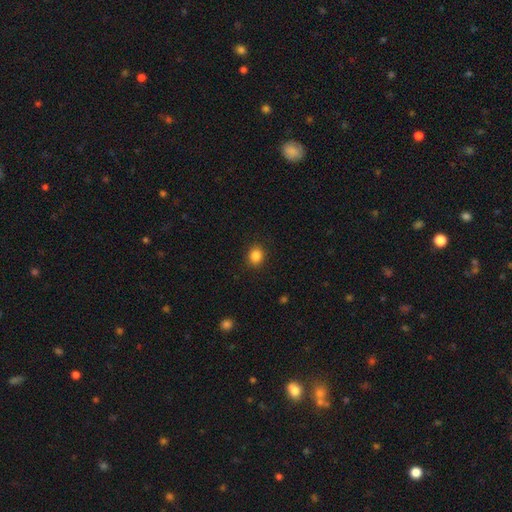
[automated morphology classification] This is clearly a smooth galaxy (86%). How rounded: likely round (73%). Merging: clearly none (90%).